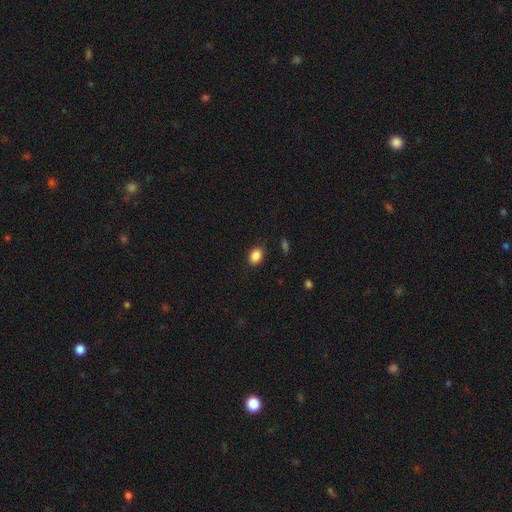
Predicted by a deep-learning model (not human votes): This is clearly a smooth galaxy (87%). How rounded: likely in between (66%). Merging: clearly none (88%).